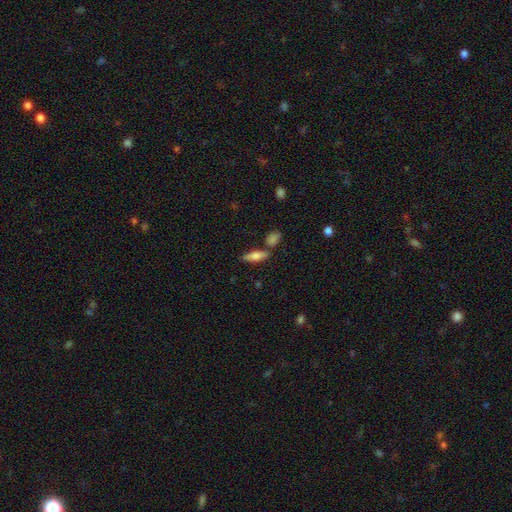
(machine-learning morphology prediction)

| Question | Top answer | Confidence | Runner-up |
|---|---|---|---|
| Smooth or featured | smooth | 65% | featured or disk (27%) |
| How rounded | in between | 52% | cigar-shaped (45%) |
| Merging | none | 70% | merger (14%) |